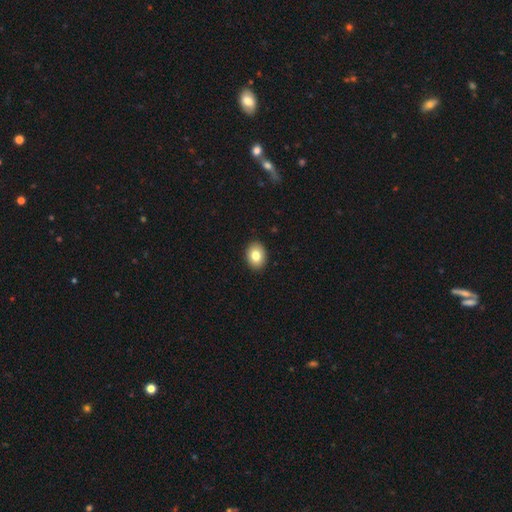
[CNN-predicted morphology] Q: Smooth or featured?
A: smooth (81%); runner-up: featured or disk (10%)
Q: How rounded?
A: in between (64%); runner-up: round (36%)
Q: Merging?
A: none (91%); runner-up: minor disturbance (6%)